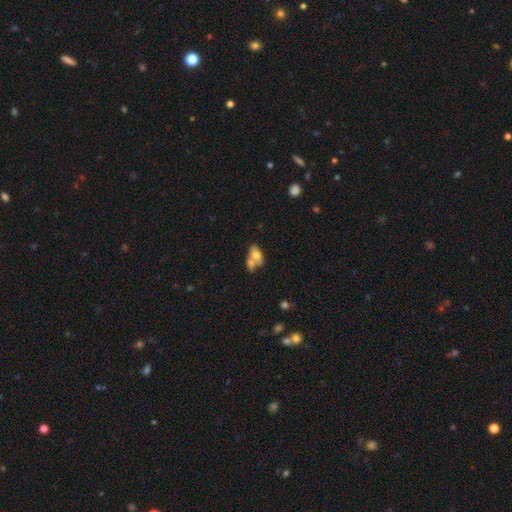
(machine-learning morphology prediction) The model was most divided on "smooth or featured": smooth: 65%, featured or disk: 26%, star or artifact: 8%. More confident: how rounded — in between (81%); merging — merger (65%).